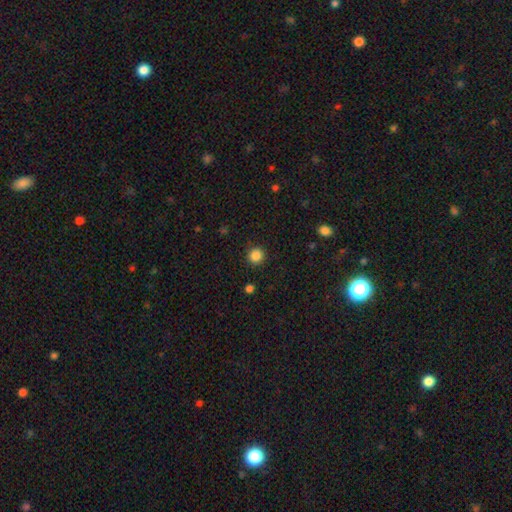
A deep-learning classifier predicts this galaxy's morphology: This appears to be a smooth galaxy with no disk features (86%) that is round (93%). Merging: none (91%).